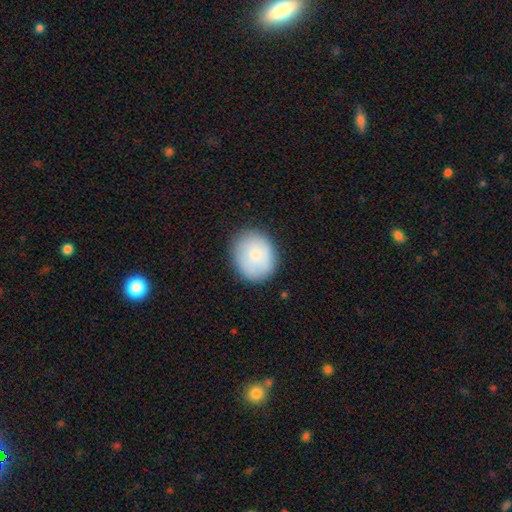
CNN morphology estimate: A smooth galaxy with no disk features (80%) that is round (64%). Merging: none (83%).